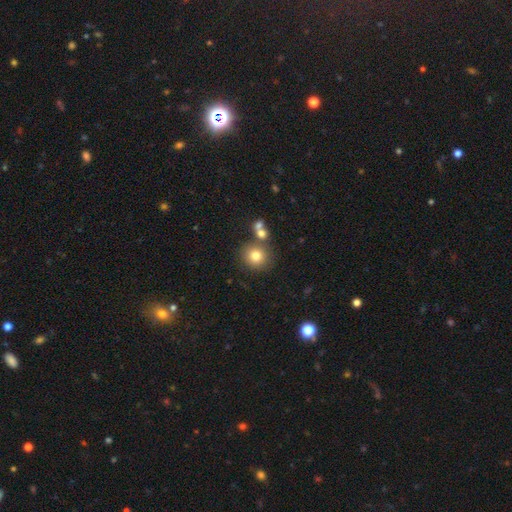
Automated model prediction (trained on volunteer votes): This is likely a smooth galaxy (78%). How rounded: clearly round (89%). Merging: likely none (71%).